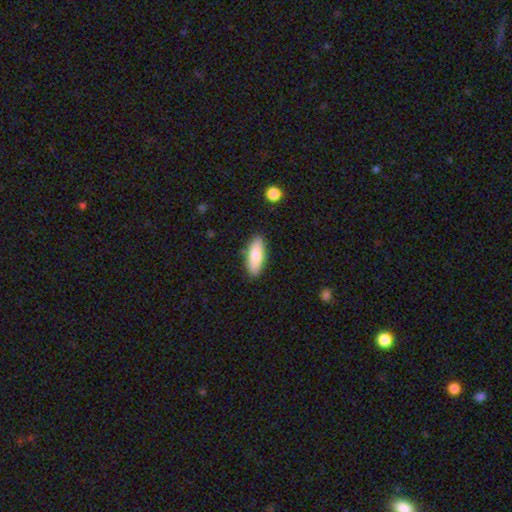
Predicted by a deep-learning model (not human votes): Morphology: type=smooth (81%); roundness=in between (70%); merging=none (86%).